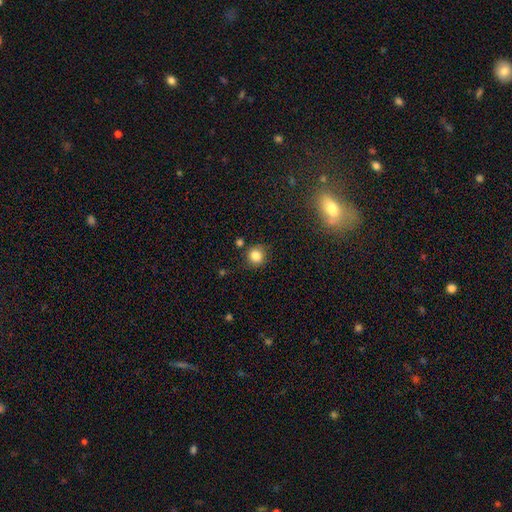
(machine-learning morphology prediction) smooth_or_featured: smooth (p=0.84) [alt: star or artifact p=0.11]
how_rounded: round (p=0.90) [alt: in between p=0.09]
merging: none (p=0.82) [alt: minor disturbance p=0.11]